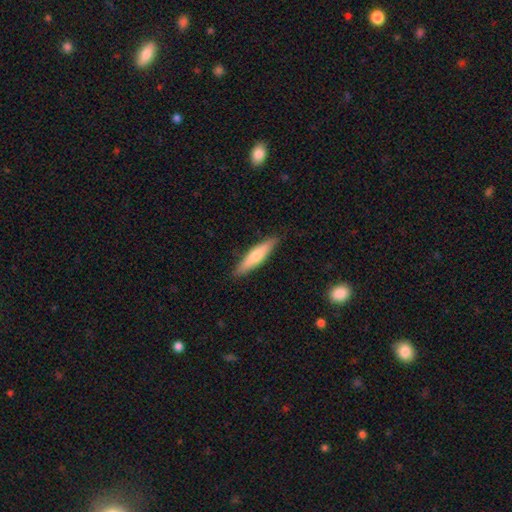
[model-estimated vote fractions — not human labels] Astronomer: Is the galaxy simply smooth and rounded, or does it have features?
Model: smooth — 66%.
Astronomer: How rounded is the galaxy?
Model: cigar-shaped — 80%.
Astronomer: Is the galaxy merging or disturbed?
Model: none — 87%.